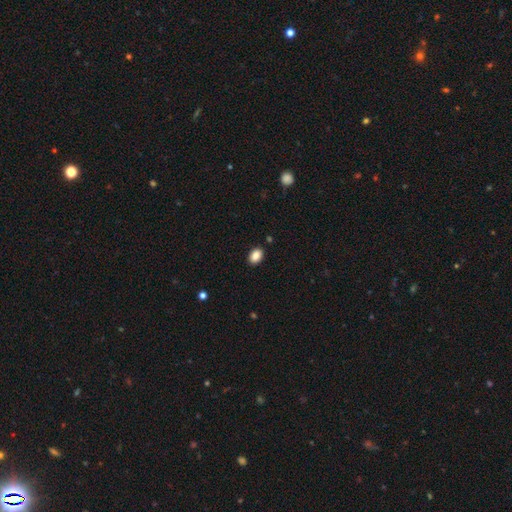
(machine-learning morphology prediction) Smooth or featured: smooth — 88% (star or artifact — 8%)
How rounded: in between — 84% (round — 15%)
Merging: none — 89% (minor disturbance — 8%)